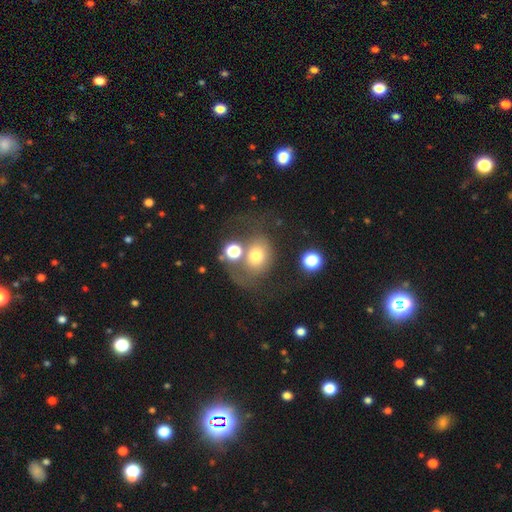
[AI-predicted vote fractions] Morphology: type=smooth (65%); roundness=round (57%); merging=none (36%).